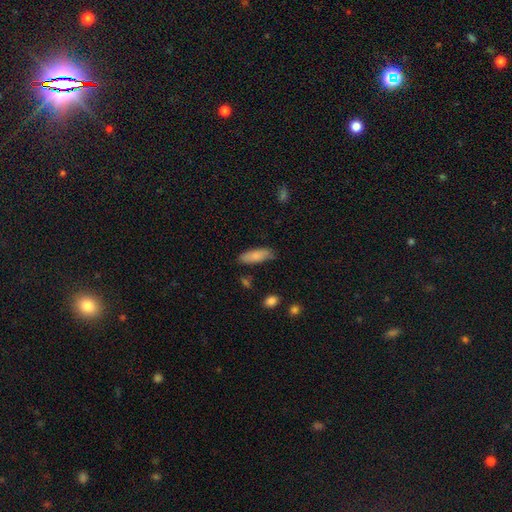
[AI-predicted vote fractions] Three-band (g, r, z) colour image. It shows a smooth galaxy with no disk features (84%) that is in between round and cigar-shaped (65%). Merging: none (76%).